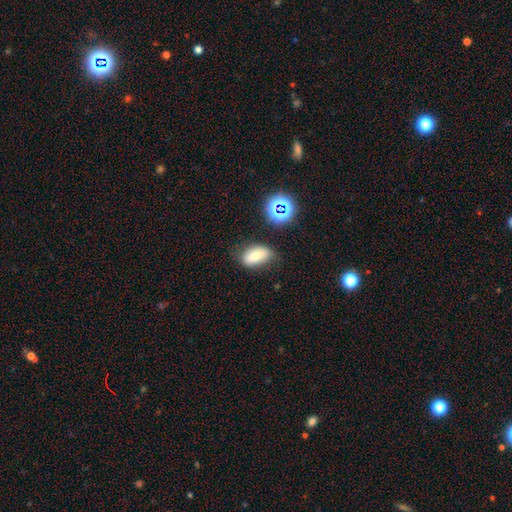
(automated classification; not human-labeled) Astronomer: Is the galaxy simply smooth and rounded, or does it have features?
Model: smooth — 69%.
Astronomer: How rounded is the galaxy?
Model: in between — 86%.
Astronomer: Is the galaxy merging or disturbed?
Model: none — 67%.